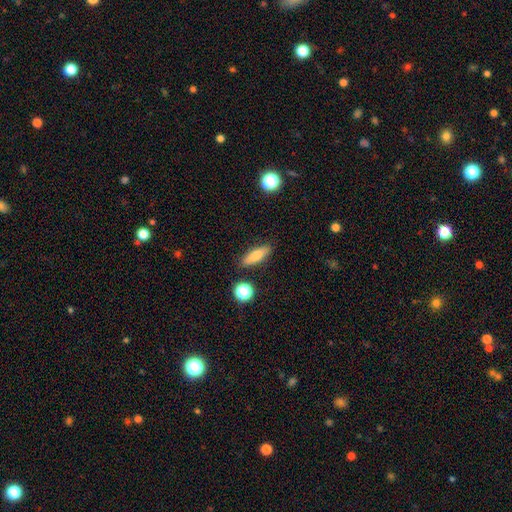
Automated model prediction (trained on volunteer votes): Overall: smooth (77%). How rounded: in between (48%, tied with cigar-shaped). Merging: none (85%).